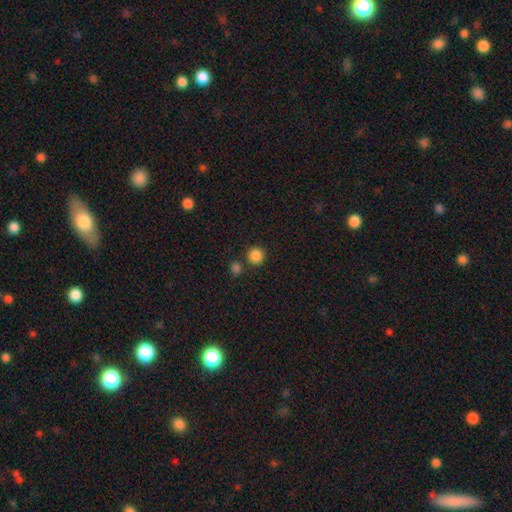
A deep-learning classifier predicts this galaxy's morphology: Smooth or featured?
  - smooth: 85% *
  - star or artifact: 11%
  - featured or disk: 3%
How rounded?
  - round: 94% *
  - in between: 5%
  - cigar-shaped: 1%
Merging?
  - none: 79% *
  - merger: 11%
  - minor disturbance: 7%
  - major disturbance: 3%